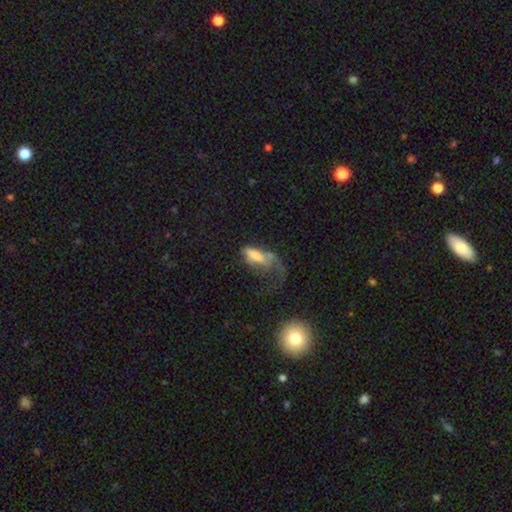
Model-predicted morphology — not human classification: type=smooth (55%); roundness=in between (68%); merging=major disturbance (60%).